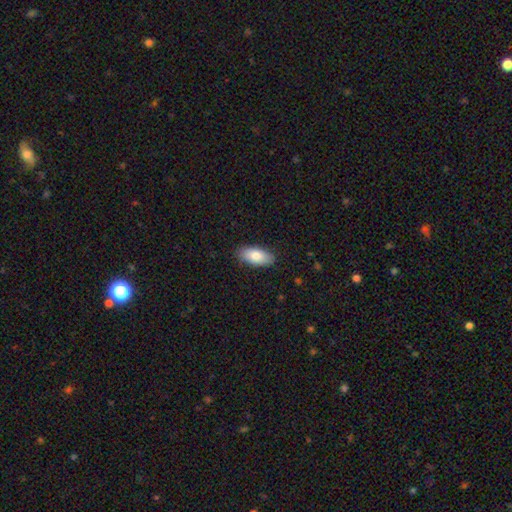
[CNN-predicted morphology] smooth_or_featured: smooth (p=0.82) [alt: featured or disk p=0.12]
how_rounded: in between (p=0.89) [alt: cigar-shaped p=0.09]
merging: none (p=0.88) [alt: minor disturbance p=0.09]